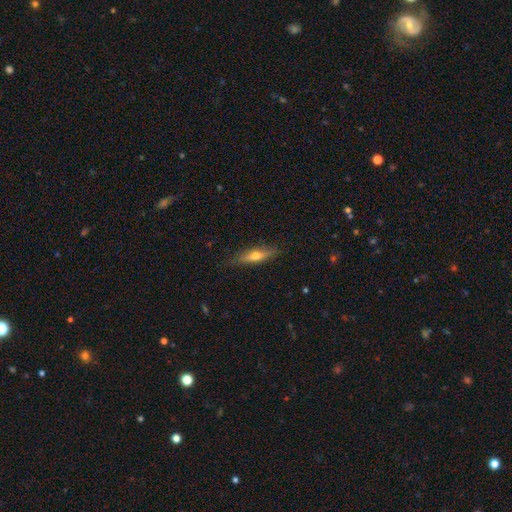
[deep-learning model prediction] This appears to be a featured or disk galaxy (48%). Merging: none (84%).